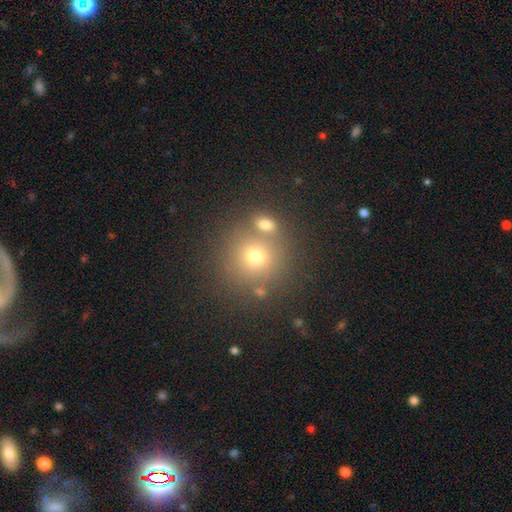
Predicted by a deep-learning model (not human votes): The model was most divided on "merging": none: 63%, merger: 26%, minor disturbance: 8%, major disturbance: 3%. More confident: how rounded — round (91%); smooth or featured — smooth (68%).